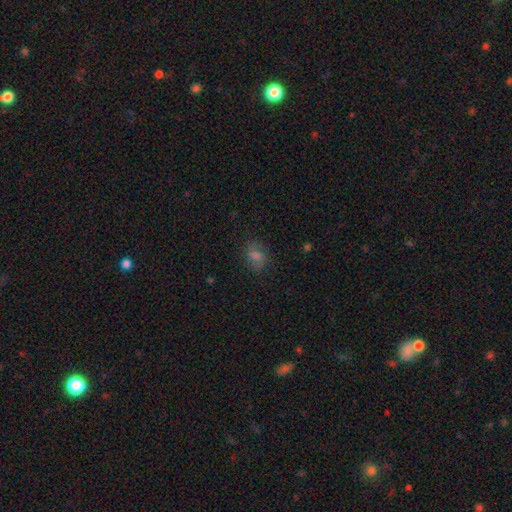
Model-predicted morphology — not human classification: A smooth galaxy with no disk features (61%) that is in between round and cigar-shaped (58%). Merging: none (77%).